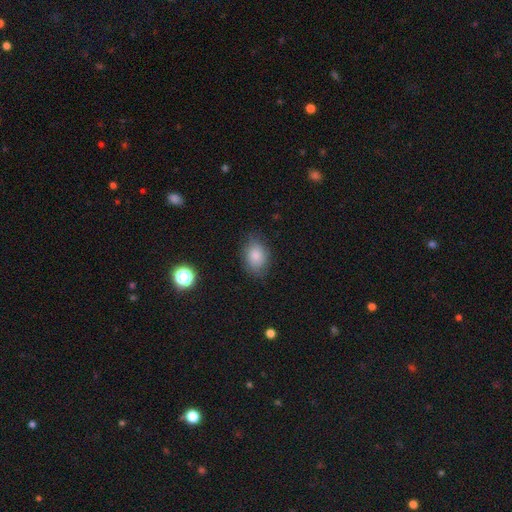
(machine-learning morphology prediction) This is clearly a smooth galaxy (84%). How rounded: likely in between (75%). Merging: likely none (77%).